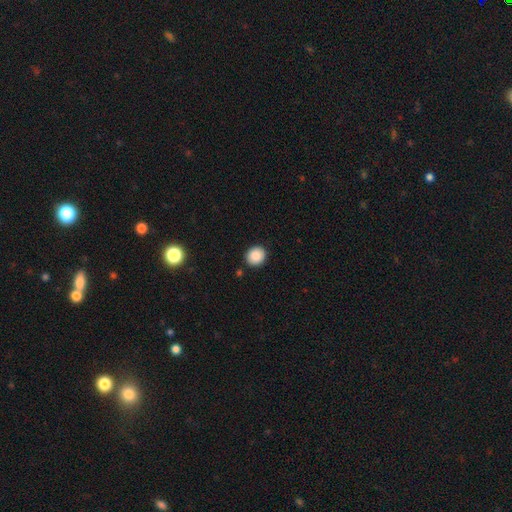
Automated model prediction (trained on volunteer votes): smooth-or-featured: smooth: 88% | star or artifact: 8% | featured or disk: 4%
  how-rounded: round: 78% | in between: 22% | cigar-shaped: 1%
  merging: none: 89% | minor disturbance: 7% | major disturbance: 2% | merger: 2%